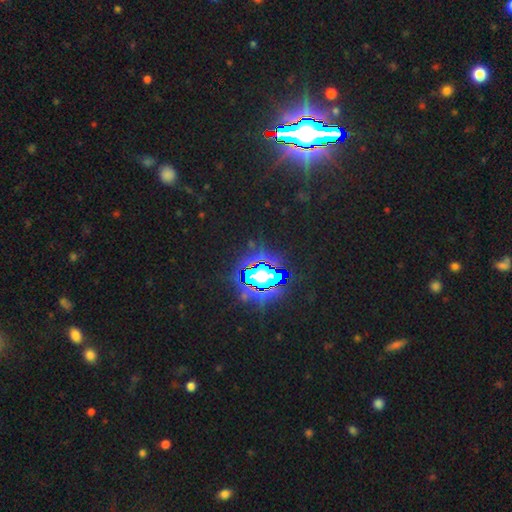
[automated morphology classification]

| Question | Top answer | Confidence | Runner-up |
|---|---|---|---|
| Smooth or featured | star or artifact | 84% | smooth (8%) |